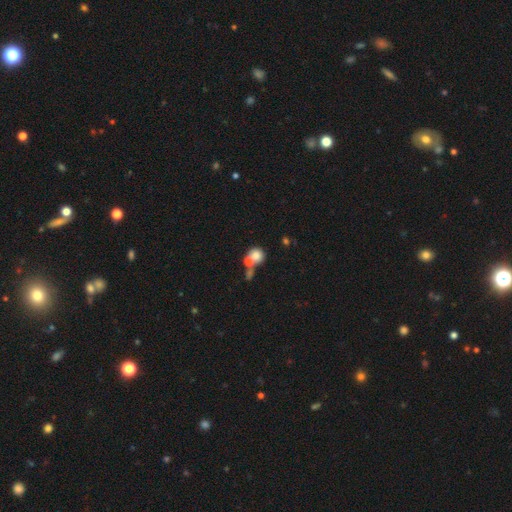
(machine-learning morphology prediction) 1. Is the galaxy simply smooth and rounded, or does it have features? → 72% smooth, 18% featured or disk, 11% star or artifact.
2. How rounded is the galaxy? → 79% round, 20% in between, 1% cigar-shaped.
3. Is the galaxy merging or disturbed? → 53% merger, 32% none, 8% minor disturbance, 6% major disturbance.